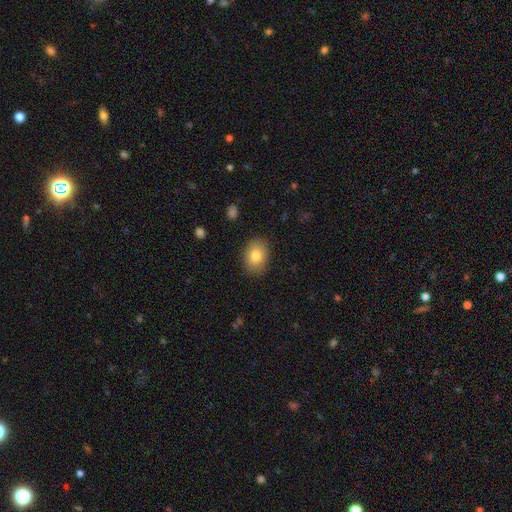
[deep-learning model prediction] smooth 81%, featured or disk 11%, star or artifact 8%. Down the decision tree: how rounded — in between (68%); merging — none (87%).